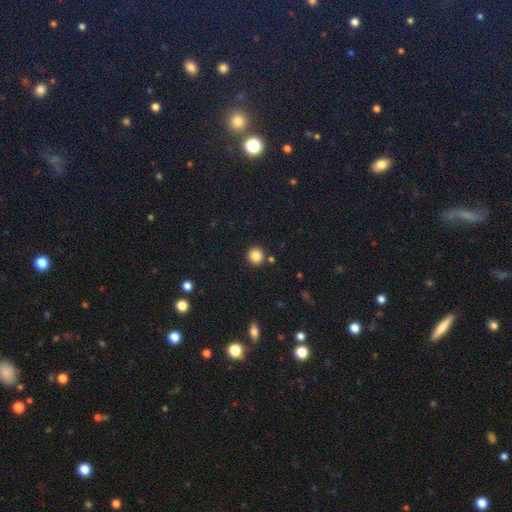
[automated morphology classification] A smooth galaxy with no disk features (86%) that is round (93%).

Vote fractions:
- Smooth or featured? smooth: 86% / star or artifact: 10% / featured or disk: 4%
- How rounded? round: 93% / in between: 6% / cigar-shaped: 1%
- Merging? none: 89% / minor disturbance: 5% / merger: 4% / major disturbance: 2%